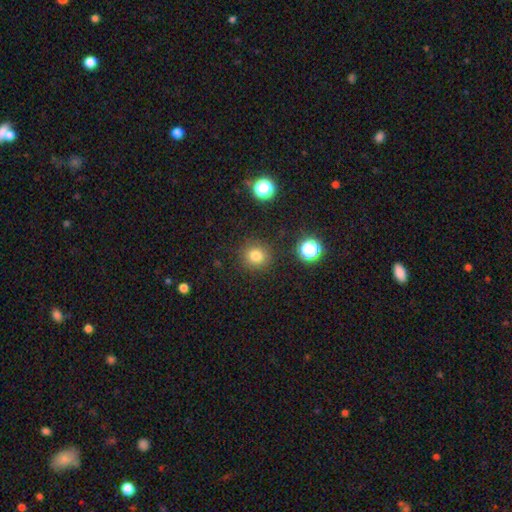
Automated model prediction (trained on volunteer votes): Smooth or featured? smooth (79%)
How rounded? round (89%)
Merging? none (89%)